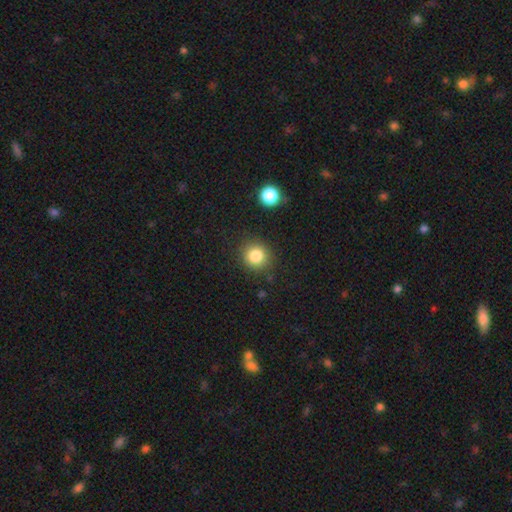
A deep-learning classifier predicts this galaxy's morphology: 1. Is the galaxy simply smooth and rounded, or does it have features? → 83% smooth, 11% star or artifact, 6% featured or disk.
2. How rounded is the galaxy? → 88% round, 11% in between, 1% cigar-shaped.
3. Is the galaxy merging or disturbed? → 85% none, 9% minor disturbance, 3% major disturbance, 3% merger.